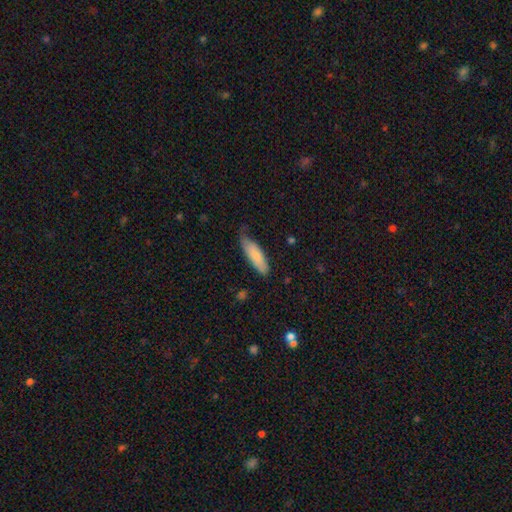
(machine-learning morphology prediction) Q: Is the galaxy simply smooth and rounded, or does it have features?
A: smooth — 81%.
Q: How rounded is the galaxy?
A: cigar-shaped — 50%.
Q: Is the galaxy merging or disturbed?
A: none — 58%.